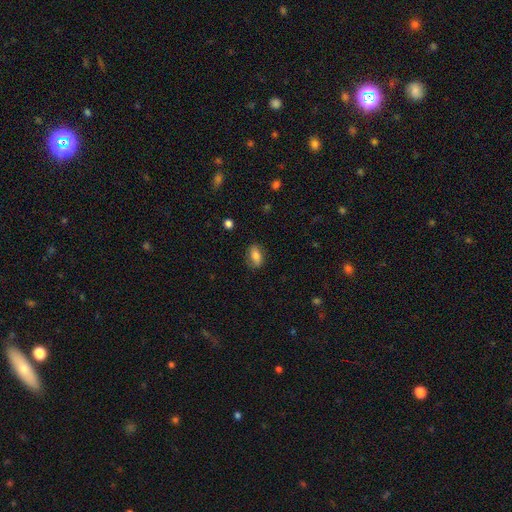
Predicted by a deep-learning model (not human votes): Overall: smooth (76%). How rounded: in between (85%). Merging: none (82%).